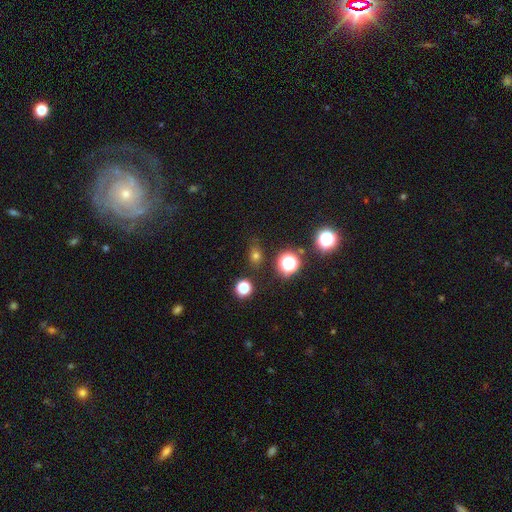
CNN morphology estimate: This is likely a smooth galaxy (65%). How rounded: possibly round (53%). Merging: likely none (79%).